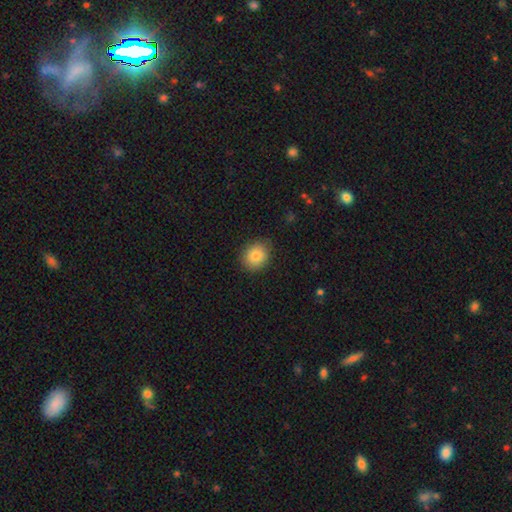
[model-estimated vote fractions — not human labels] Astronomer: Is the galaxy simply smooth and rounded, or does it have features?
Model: smooth — 83%.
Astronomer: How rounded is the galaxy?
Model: round — 70%.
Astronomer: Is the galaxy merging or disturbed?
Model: none — 85%.